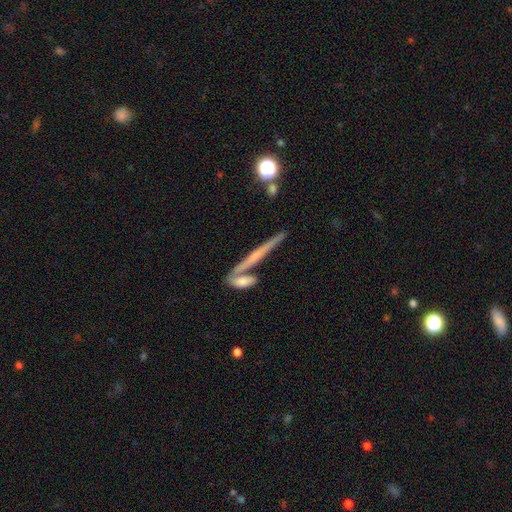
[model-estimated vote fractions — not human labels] Smooth or featured?
  - featured or disk: 57% *
  - smooth: 34%
  - star or artifact: 10%
Edge-on disk?
  - yes: 92% *
  - no: 8%
Edge-on bulge?
  - none: 57% *
  - rounded: 34%
  - boxy: 9%
Merging?
  - none: 63% *
  - merger: 23%
  - minor disturbance: 9%
  - major disturbance: 4%